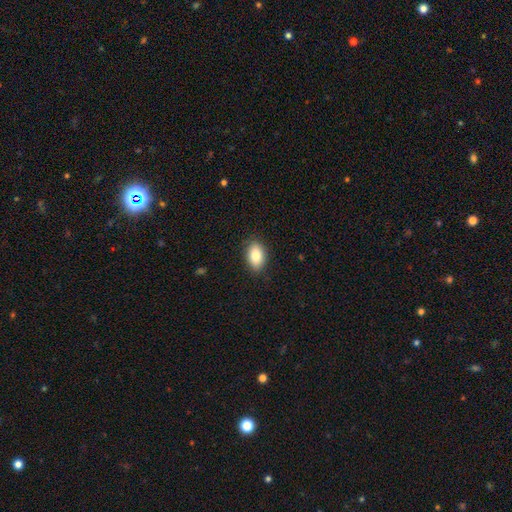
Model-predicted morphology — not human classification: Smooth or featured?
  - smooth: 85% *
  - featured or disk: 8%
  - star or artifact: 7%
How rounded?
  - in between: 89% *
  - round: 9%
  - cigar-shaped: 2%
Merging?
  - none: 87% *
  - minor disturbance: 10%
  - major disturbance: 2%
  - merger: 1%